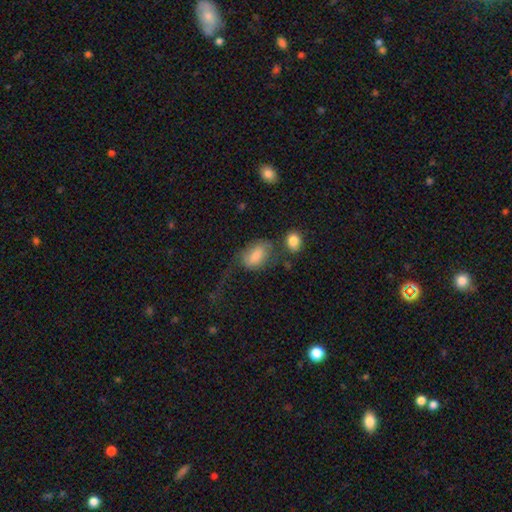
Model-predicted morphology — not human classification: Q: Smooth or featured?
A: smooth (73%); runner-up: featured or disk (18%)
Q: How rounded?
A: in between (88%); runner-up: round (9%)
Q: Merging?
A: none (35%); runner-up: major disturbance (31%)